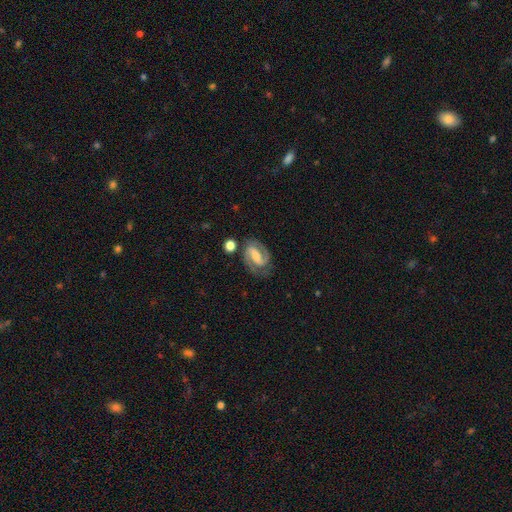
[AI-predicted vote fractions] featured or disk 85%, smooth 9%, star or artifact 6%. Down the decision tree: edge-on disk — no (97%); bar — strong (50%); spiral arms — yes (96%); spiral arm count — 2 (90%); spiral winding — medium (54%); bulge size — small (38%, tied with moderate); merging — none (76%).